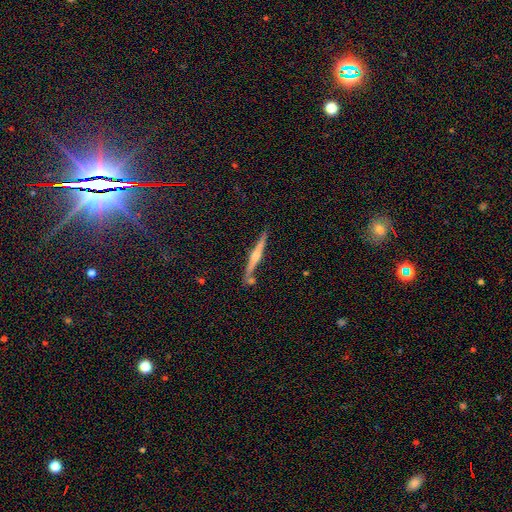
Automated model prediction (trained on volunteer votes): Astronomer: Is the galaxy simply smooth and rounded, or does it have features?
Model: featured or disk — 68%.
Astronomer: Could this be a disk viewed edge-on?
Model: yes — 97%.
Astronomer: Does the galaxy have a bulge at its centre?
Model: rounded — 75%.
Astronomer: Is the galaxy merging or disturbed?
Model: none — 80%.